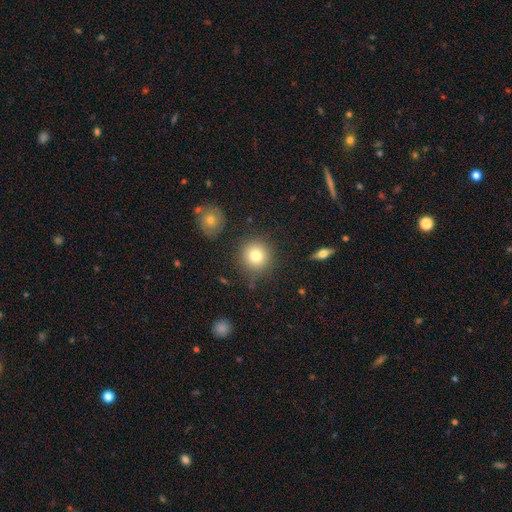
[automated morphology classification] This appears to be a smooth galaxy with no disk features (80%) that is round (93%). Merging: none (84%).